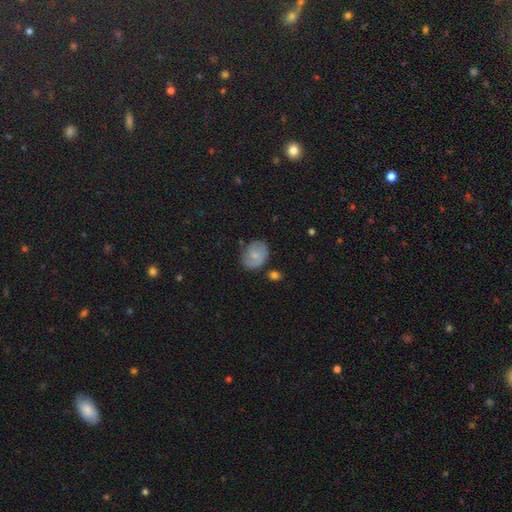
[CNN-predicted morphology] smooth 53%, featured or disk 40%, star or artifact 8%. Down the decision tree: how rounded — in between (50%); merging — none (66%).